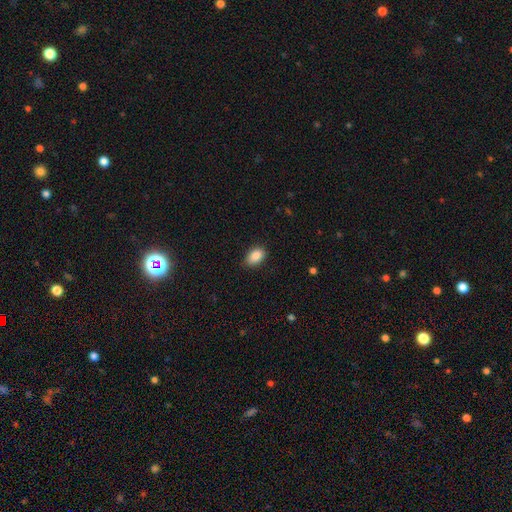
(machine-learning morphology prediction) Smooth or featured? Predicted: smooth (p=0.88). How rounded? Predicted: in between (p=0.87). Merging? Predicted: none (p=0.82).